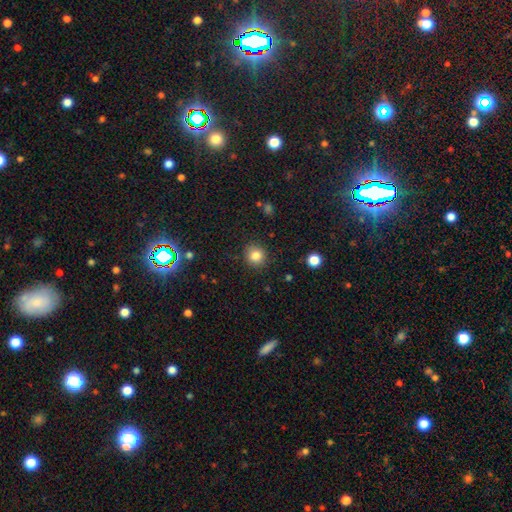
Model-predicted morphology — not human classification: Smooth or featured? smooth (83%)
How rounded? round (87%)
Merging? none (89%)